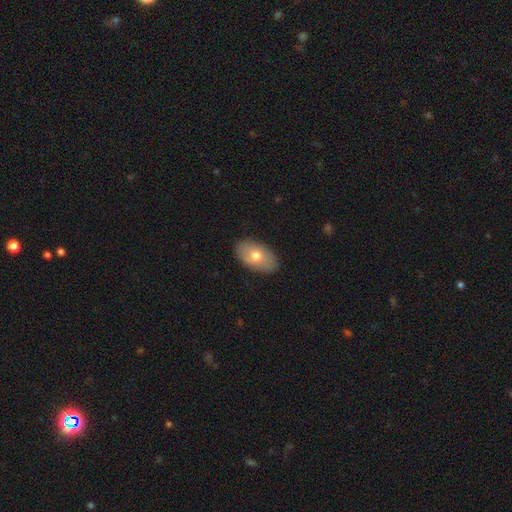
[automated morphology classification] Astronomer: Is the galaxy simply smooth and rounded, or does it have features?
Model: smooth — 69%.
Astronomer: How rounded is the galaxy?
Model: in between — 93%.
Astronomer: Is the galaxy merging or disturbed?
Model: none — 86%.